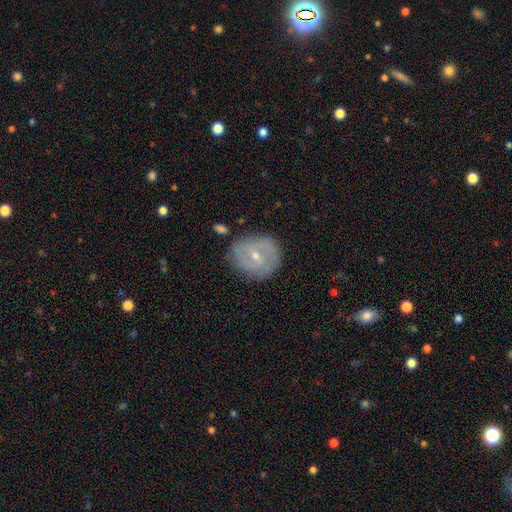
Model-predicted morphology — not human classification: Q: Smooth or featured?
A: featured or disk (69%); runner-up: smooth (24%)
Q: Edge-on disk?
A: no (96%); runner-up: yes (4%)
Q: Bar?
A: weak (53%); runner-up: no (26%)
Q: Spiral arms?
A: yes (75%); runner-up: no (25%)
Q: Bulge size?
A: small (63%); runner-up: moderate (34%)
Q: Merging?
A: none (77%); runner-up: minor disturbance (16%)